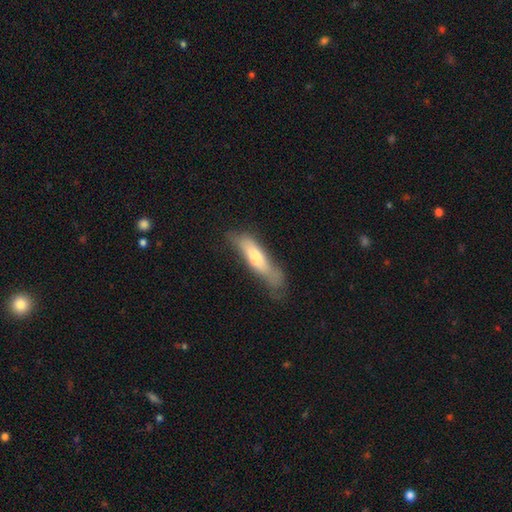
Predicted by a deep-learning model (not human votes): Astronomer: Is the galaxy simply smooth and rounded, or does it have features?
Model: smooth — 50% (runner-up: featured or disk, 40%).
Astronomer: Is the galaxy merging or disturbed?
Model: none — 52% (runner-up: minor disturbance, 30%).